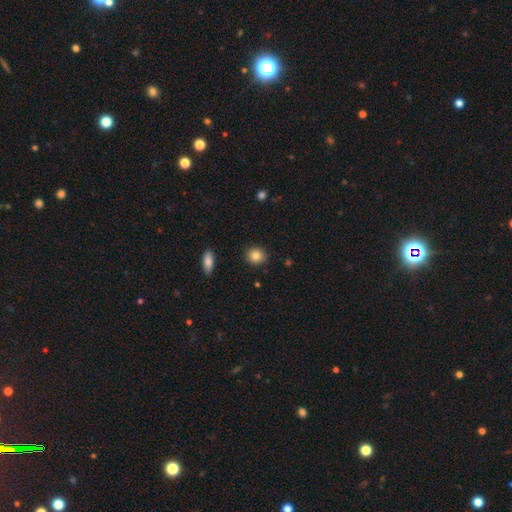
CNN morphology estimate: Smooth or featured?
  - smooth: 84% *
  - star or artifact: 9%
  - featured or disk: 7%
How rounded?
  - round: 78% *
  - in between: 21%
  - cigar-shaped: 1%
Merging?
  - none: 90% *
  - minor disturbance: 7%
  - major disturbance: 2%
  - merger: 1%